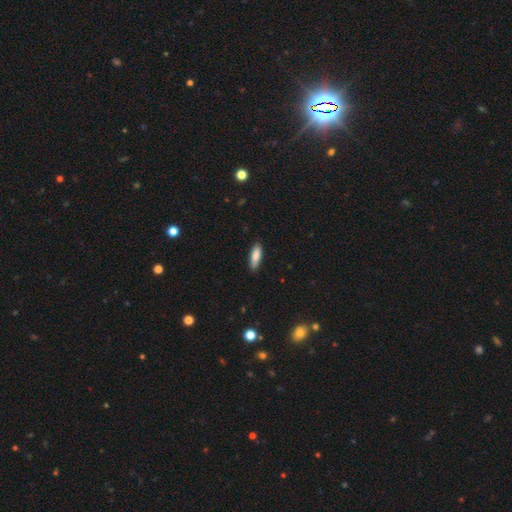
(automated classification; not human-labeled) Morphology: type=smooth (84%); roundness=in between (51%); merging=none (84%).